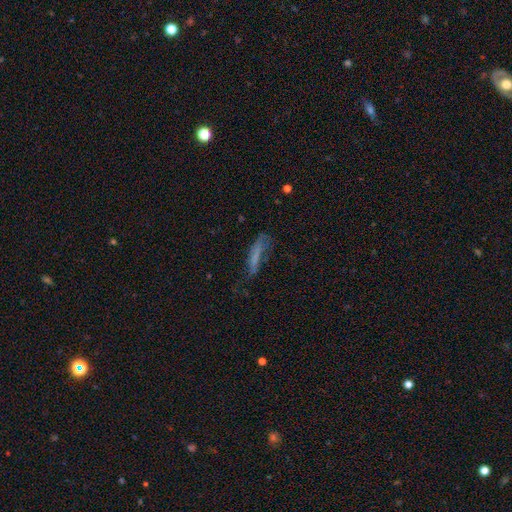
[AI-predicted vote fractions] smooth 58%, featured or disk 29%, star or artifact 12%. Down the decision tree: how rounded — cigar-shaped (81%); merging — none (44%).